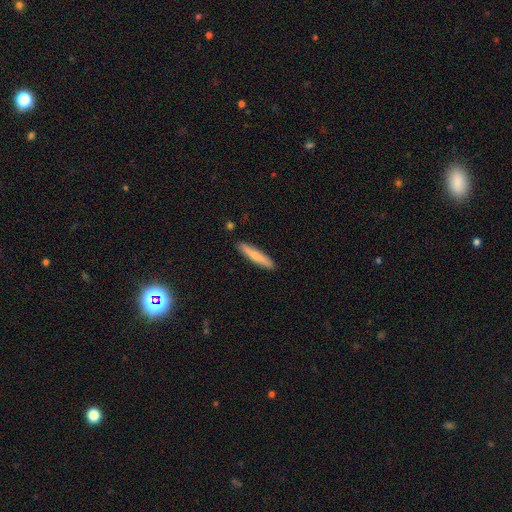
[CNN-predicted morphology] This appears to be a smooth galaxy with no disk features (67%) that is cigar-shaped (92%). Merging: none (90%).